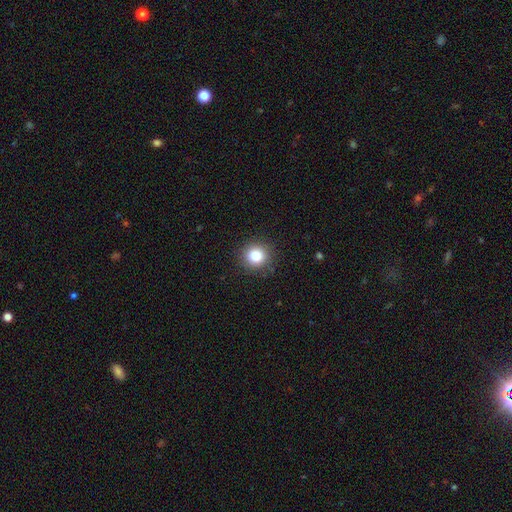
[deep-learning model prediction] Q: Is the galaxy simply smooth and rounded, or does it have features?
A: smooth — 83%.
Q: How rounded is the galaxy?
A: round — 91%.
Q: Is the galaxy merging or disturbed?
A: none — 89%.